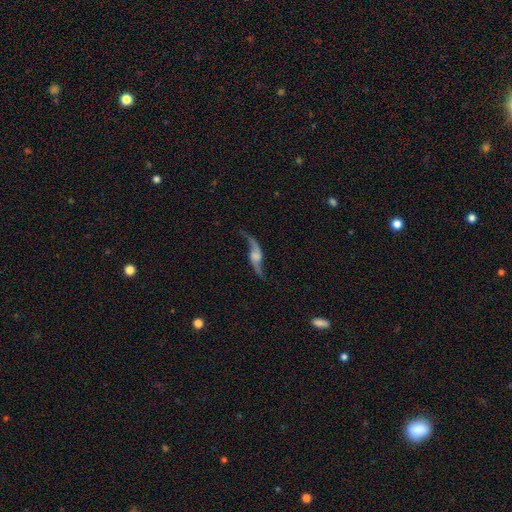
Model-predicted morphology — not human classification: Smooth or featured: featured or disk — 87% (smooth — 8%)
Edge-on disk: no — 84% (yes — 16%)
Bar: no — 55% (weak — 32%)
Spiral arms: yes — 96% (no — 4%)
Spiral winding: loose — 92% (medium — 6%)
Spiral arm count: 2 — 93% (1 — 3%)
Bulge size: none — 35% (small — 25%)
Merging: none — 74% (minor disturbance — 14%)